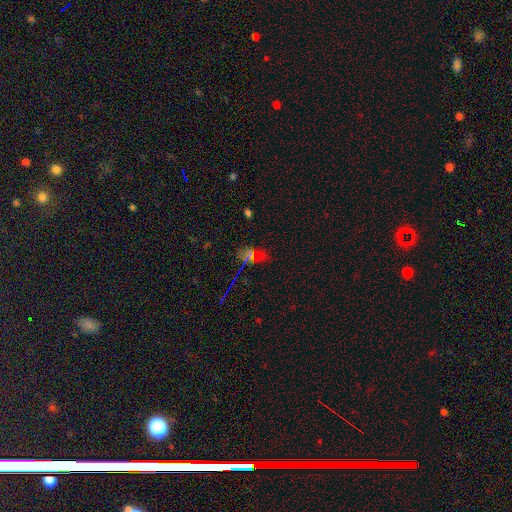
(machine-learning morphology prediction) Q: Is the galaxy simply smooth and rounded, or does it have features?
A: smooth — 51%.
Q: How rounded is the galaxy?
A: in between — 78%.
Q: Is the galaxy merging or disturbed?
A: none — 72%.